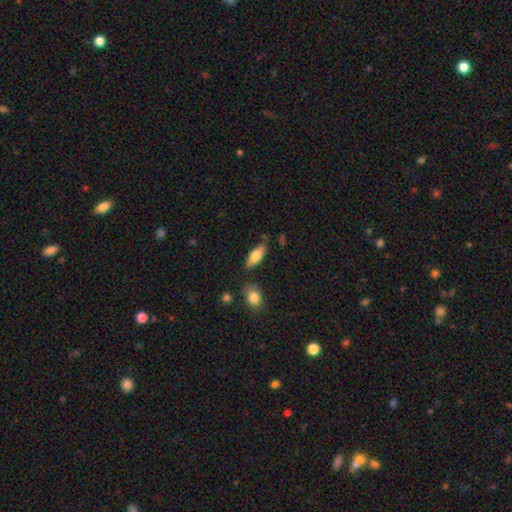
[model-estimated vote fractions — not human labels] Smooth or featured? smooth (74%)
How rounded? in between (74%)
Merging? none (77%)